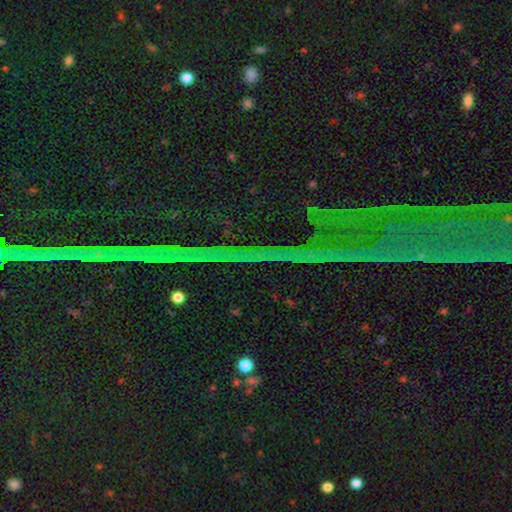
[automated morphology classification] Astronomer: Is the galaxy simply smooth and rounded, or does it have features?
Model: star or artifact — 86%.